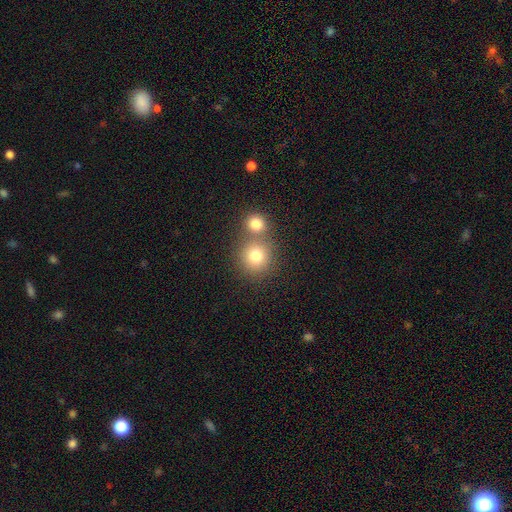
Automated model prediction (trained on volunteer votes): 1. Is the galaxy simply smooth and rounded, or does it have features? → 78% smooth, 13% star or artifact, 9% featured or disk.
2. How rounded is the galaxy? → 90% round, 9% in between, 1% cigar-shaped.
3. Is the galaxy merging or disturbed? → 57% none, 34% merger, 7% minor disturbance, 3% major disturbance.